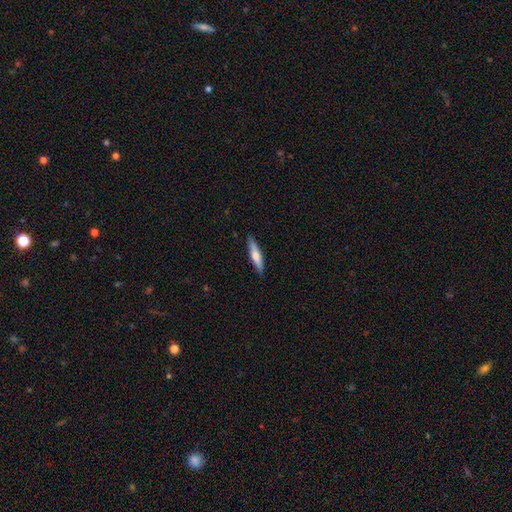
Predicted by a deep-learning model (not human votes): Smooth or featured?
  - smooth: 59% *
  - featured or disk: 35%
  - star or artifact: 5%
How rounded?
  - cigar-shaped: 85% *
  - in between: 14%
  - round: 2%
Merging?
  - none: 88% *
  - minor disturbance: 9%
  - major disturbance: 2%
  - merger: 1%